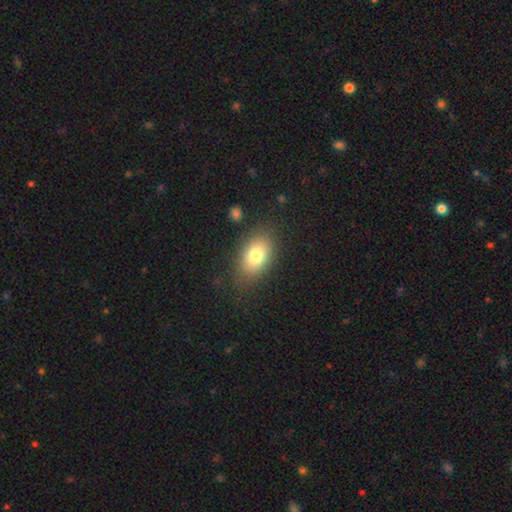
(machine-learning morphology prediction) Smooth or featured: smooth — 77% (featured or disk — 13%)
How rounded: in between — 85% (round — 12%)
Merging: none — 80% (minor disturbance — 13%)